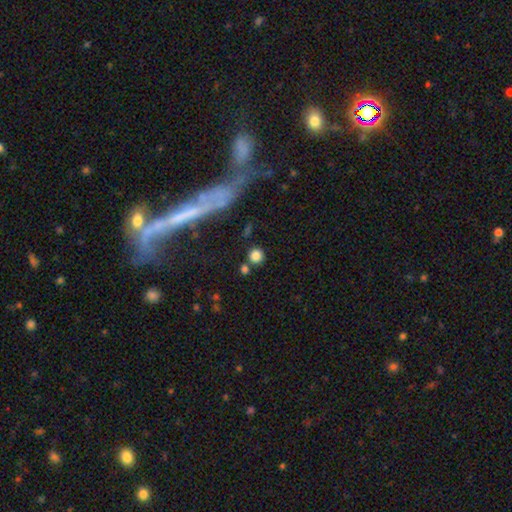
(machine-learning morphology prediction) A smooth galaxy with no disk features (82%) that is round (91%). Merging: none (76%).